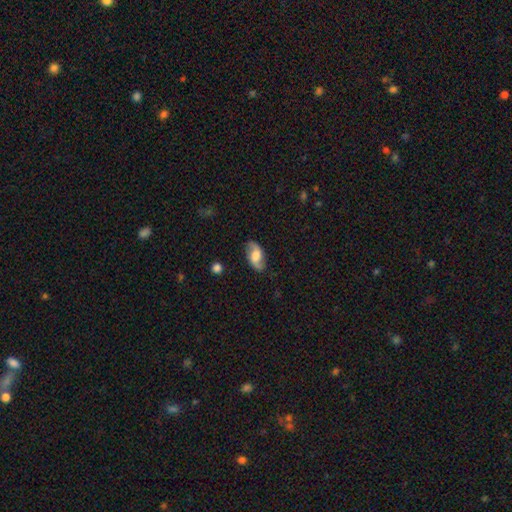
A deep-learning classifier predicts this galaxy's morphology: The model was most divided on "bulge size": large: 41%, moderate: 36%, small: 10%, none: 8%, dominant: 5%. Remaining: edge-on disk — no (94%); spiral arm count — 2 (91%); spiral arms — yes (90%); merging — none (81%); smooth or featured — featured or disk (63%); spiral winding — loose (57%); bar — no (49%).